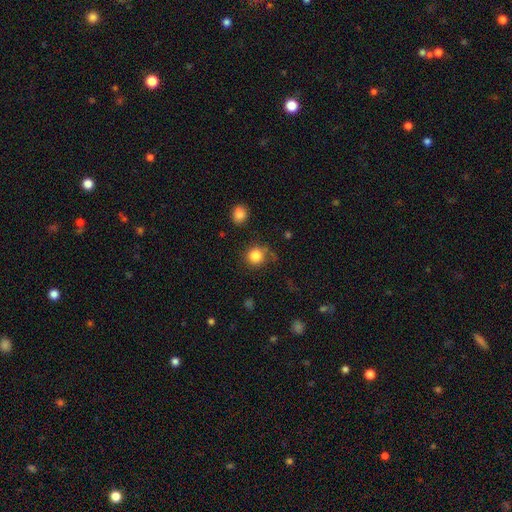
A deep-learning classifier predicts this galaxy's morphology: smooth_or_featured: smooth (p=0.84) [alt: star or artifact p=0.11]
how_rounded: round (p=0.91) [alt: in between p=0.08]
merging: none (p=0.76) [alt: minor disturbance p=0.14]